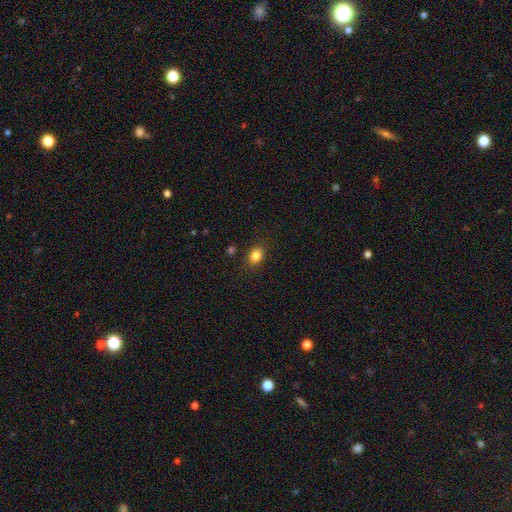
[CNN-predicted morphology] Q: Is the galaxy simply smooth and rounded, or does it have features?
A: smooth — 83%.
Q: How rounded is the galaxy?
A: round — 50%.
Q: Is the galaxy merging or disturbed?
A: none — 84%.